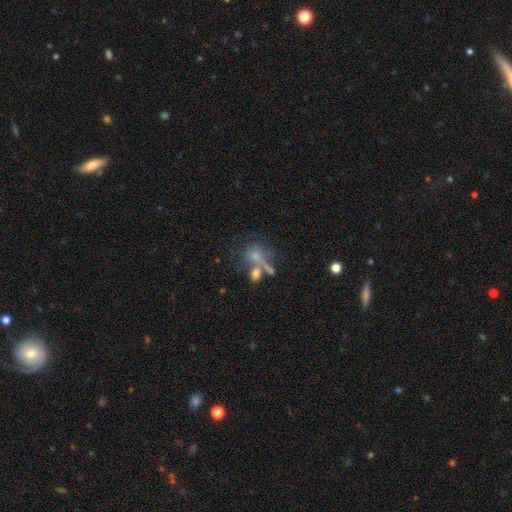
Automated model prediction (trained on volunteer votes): The model was most divided on "merging": merger: 36%, none: 33%, major disturbance: 17%, minor disturbance: 14%. More confident: smooth or featured — smooth (61%); how rounded — round (55%).